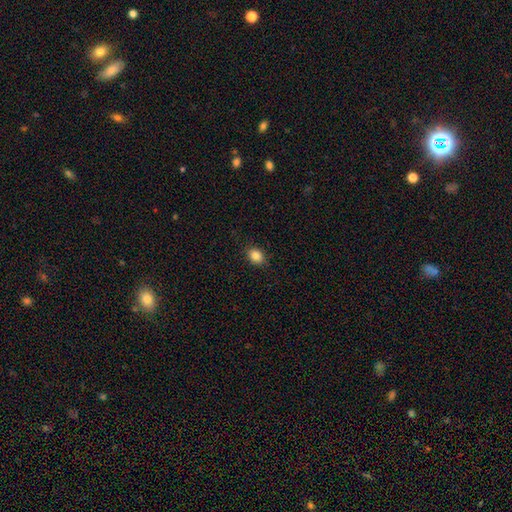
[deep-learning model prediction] Q: Smooth or featured?
A: smooth (85%); runner-up: star or artifact (10%)
Q: How rounded?
A: in between (51%); runner-up: round (48%)
Q: Merging?
A: none (88%); runner-up: minor disturbance (9%)